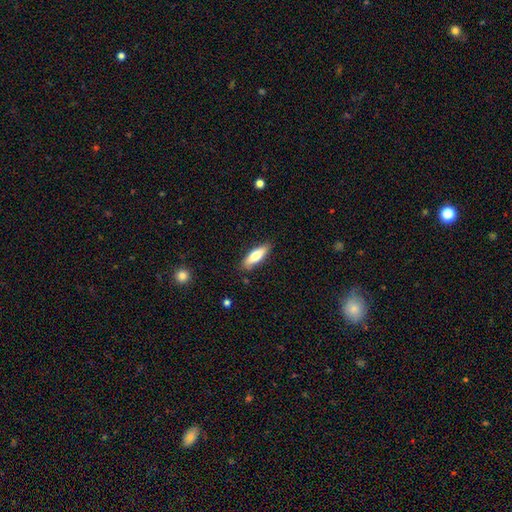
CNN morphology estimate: smooth-or-featured: smooth: 70% | featured or disk: 24% | star or artifact: 6%
  how-rounded: cigar-shaped: 49% (tied) | in between: 49% (tied) | round: 2%
  merging: none: 85% | minor disturbance: 12% | major disturbance: 2% | merger: 1%